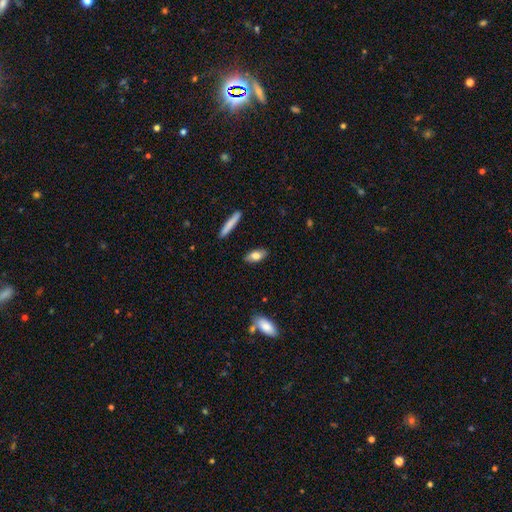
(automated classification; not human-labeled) smooth_or_featured: smooth (p=0.73) [alt: featured or disk p=0.20]
how_rounded: in between (p=0.76) [alt: cigar-shaped p=0.21]
merging: none (p=0.86) [alt: minor disturbance p=0.10]